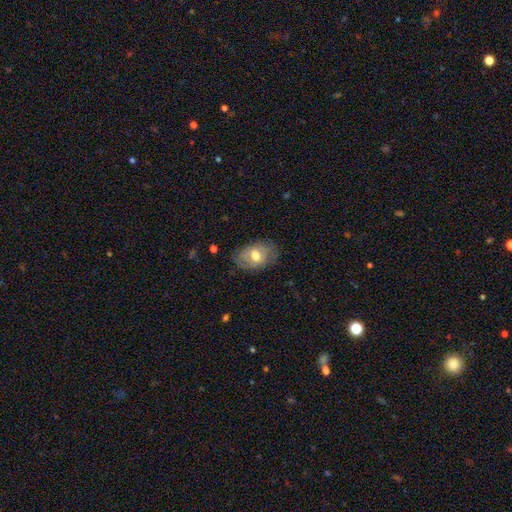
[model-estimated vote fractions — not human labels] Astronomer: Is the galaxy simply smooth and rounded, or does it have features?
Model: smooth — 50% (runner-up: featured or disk, 42%).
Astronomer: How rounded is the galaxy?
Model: in between — 81%.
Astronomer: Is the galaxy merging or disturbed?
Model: none — 72%.